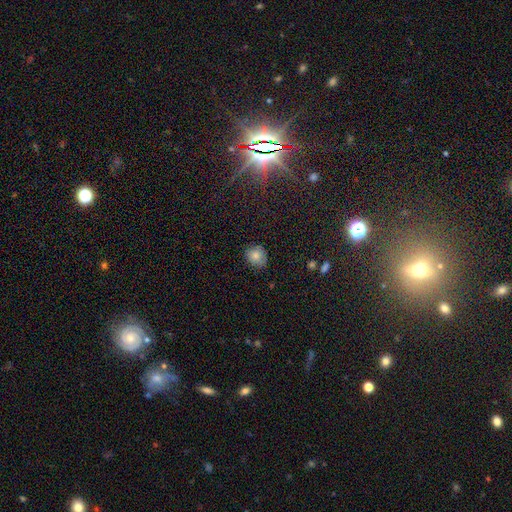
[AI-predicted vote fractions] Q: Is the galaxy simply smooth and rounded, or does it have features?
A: smooth — 81%.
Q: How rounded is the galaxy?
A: round — 73%.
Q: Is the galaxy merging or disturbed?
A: none — 77%.